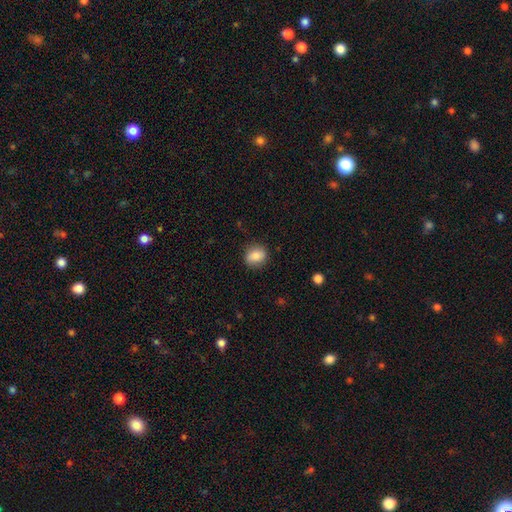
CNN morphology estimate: A smooth galaxy with no disk features (83%) that is round (63%). Merging: none (83%).